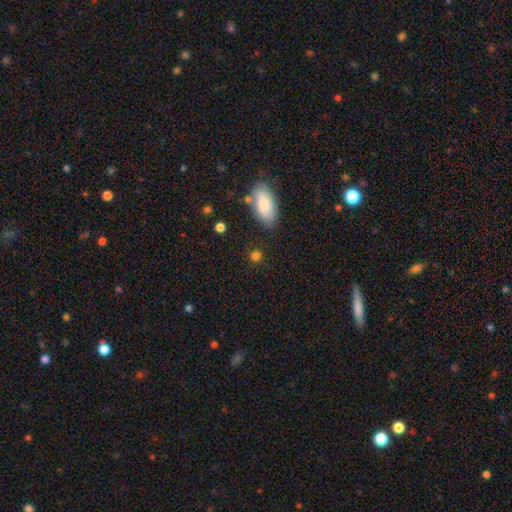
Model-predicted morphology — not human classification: Q: Smooth or featured?
A: smooth (81%); runner-up: star or artifact (13%)
Q: How rounded?
A: round (74%); runner-up: in between (23%)
Q: Merging?
A: none (81%); runner-up: minor disturbance (11%)